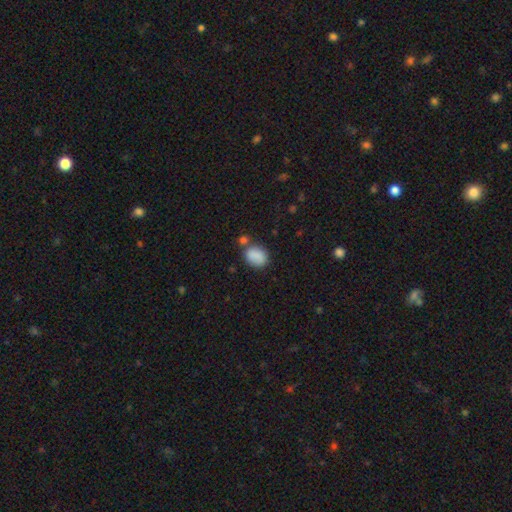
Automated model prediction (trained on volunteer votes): A smooth galaxy with no disk features (86%) that is in between round and cigar-shaped (65%). Merging: none (61%).